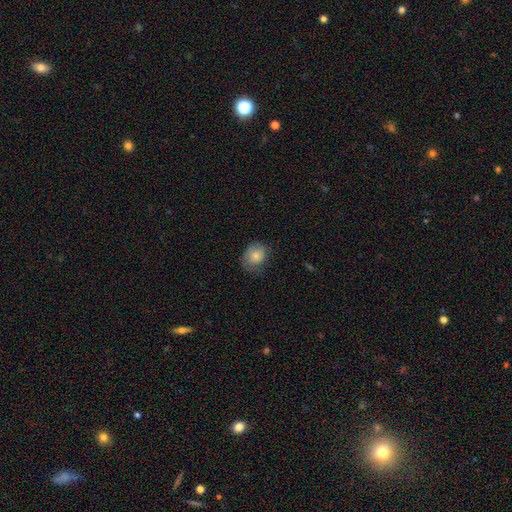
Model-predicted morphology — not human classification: Smooth or featured? Predicted: smooth (p=0.80). How rounded? Predicted: round (p=0.61). Merging? Predicted: none (p=0.61).